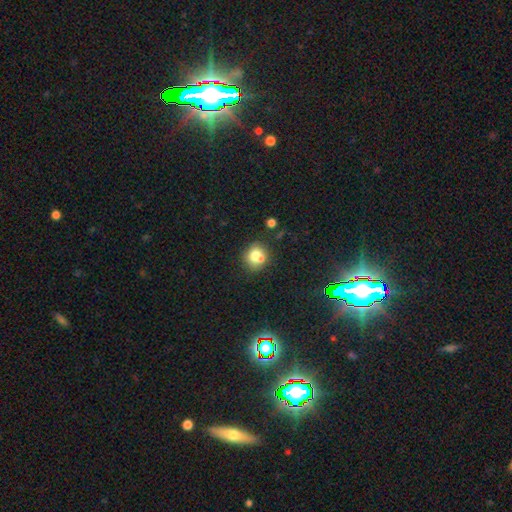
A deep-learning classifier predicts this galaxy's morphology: A smooth galaxy with no disk features (74%) that is round (81%).

Vote fractions:
- Smooth or featured? smooth: 74% / featured or disk: 14% / star or artifact: 12%
- How rounded? round: 81% / in between: 18% / cigar-shaped: 1%
- Merging? none: 56% / merger: 27% / minor disturbance: 13% / major disturbance: 4%